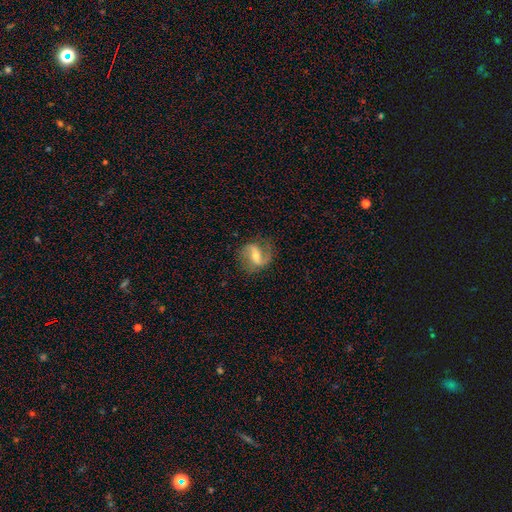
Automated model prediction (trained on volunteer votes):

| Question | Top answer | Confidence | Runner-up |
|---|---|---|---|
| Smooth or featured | featured or disk | 81% | smooth (13%) |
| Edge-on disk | no | 97% | yes (3%) |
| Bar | weak | 44% | strong (38%) |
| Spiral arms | yes | 94% | no (6%) |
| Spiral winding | loose | 49% | medium (40%) |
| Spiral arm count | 2 | 84% | 1 (9%) |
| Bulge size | moderate | 52% | small (41%) |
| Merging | none | 74% | minor disturbance (16%) |